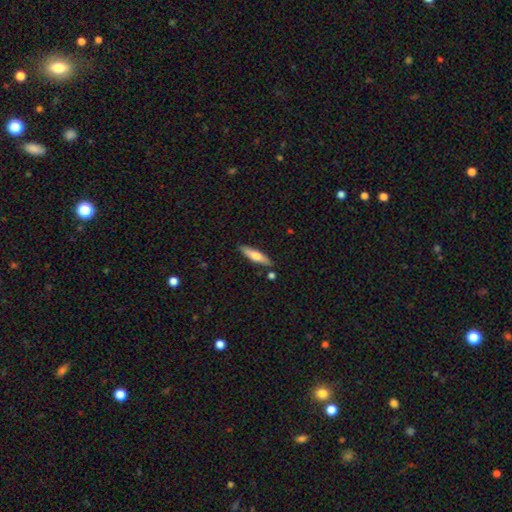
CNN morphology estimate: A smooth galaxy with no disk features (55%) that is cigar-shaped (76%).

Vote fractions:
- Smooth or featured? smooth: 55% / featured or disk: 40% / star or artifact: 6%
- How rounded? cigar-shaped: 76% / in between: 23% / round: 2%
- Merging? none: 83% / minor disturbance: 10% / merger: 5% / major disturbance: 2%